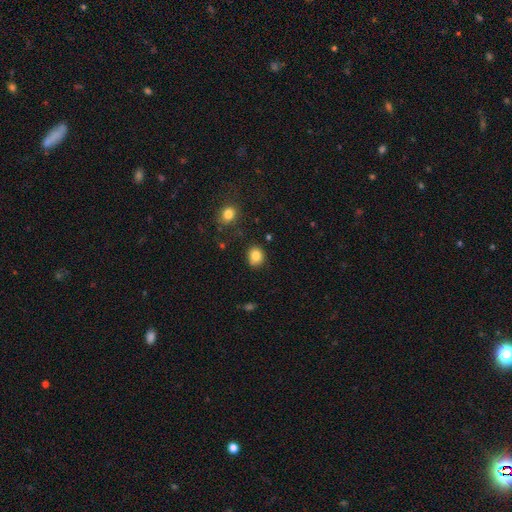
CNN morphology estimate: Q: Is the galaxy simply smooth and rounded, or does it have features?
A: smooth — 83%.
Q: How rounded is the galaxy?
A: round — 70%.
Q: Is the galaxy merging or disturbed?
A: none — 76%.